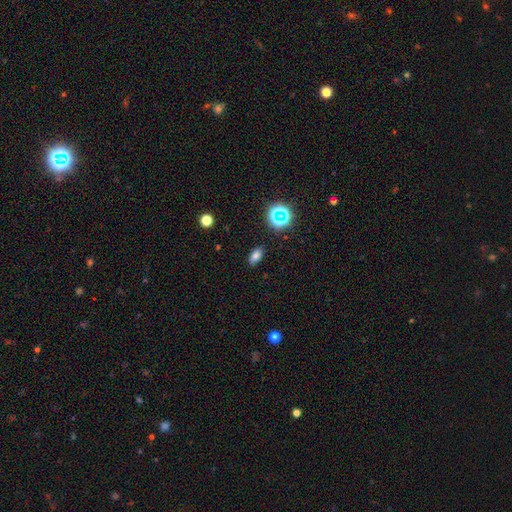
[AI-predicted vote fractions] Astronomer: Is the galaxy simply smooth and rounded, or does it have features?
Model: smooth — 74%.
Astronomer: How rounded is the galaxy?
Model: in between — 86%.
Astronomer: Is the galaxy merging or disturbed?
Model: none — 87%.